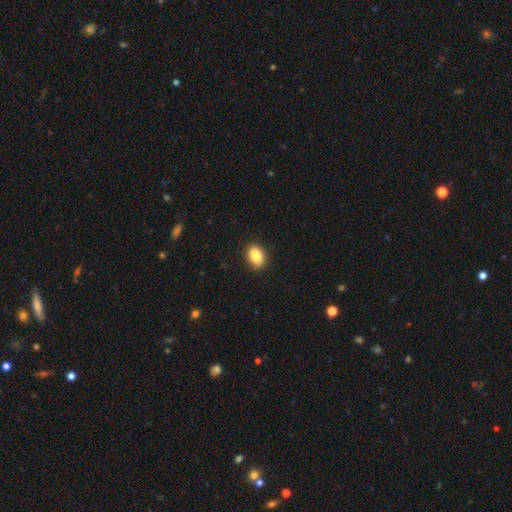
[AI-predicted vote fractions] A smooth galaxy with no disk features (86%) that is in between round and cigar-shaped (81%).

Vote fractions:
- Smooth or featured? smooth: 86% / star or artifact: 8% / featured or disk: 6%
- How rounded? in between: 81% / round: 17% / cigar-shaped: 1%
- Merging? none: 90% / minor disturbance: 7% / major disturbance: 2% / merger: 1%